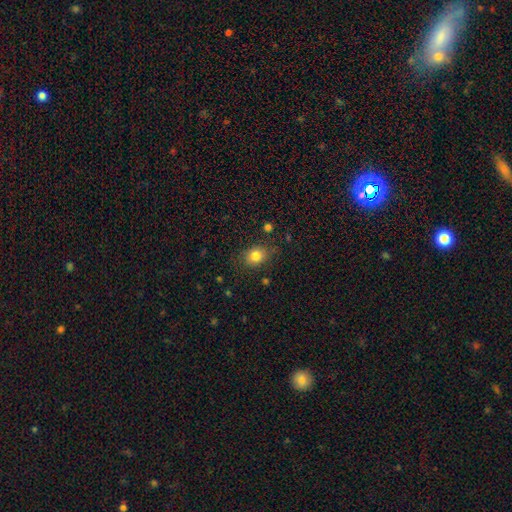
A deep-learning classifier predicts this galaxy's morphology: Smooth or featured? smooth (82%)
How rounded? in between (51%)
Merging? none (81%)